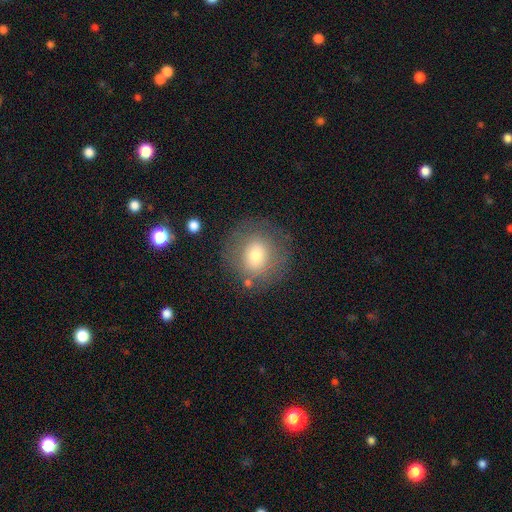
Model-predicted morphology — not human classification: Overall: smooth (68%). How rounded: round (87%). Merging: none (79%).